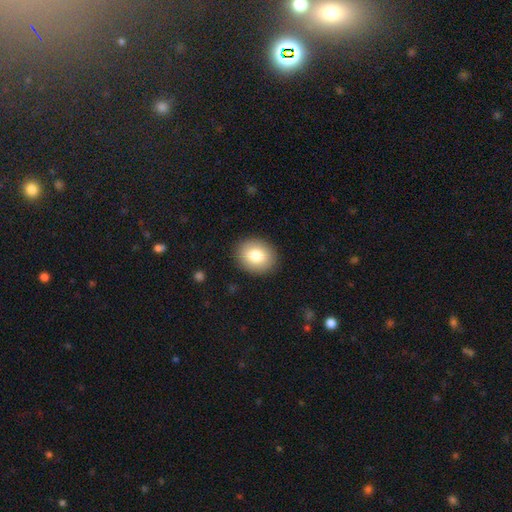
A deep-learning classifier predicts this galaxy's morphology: smooth 81%, featured or disk 11%, star or artifact 8%. Down the decision tree: how rounded — round (54%); merging — none (90%).